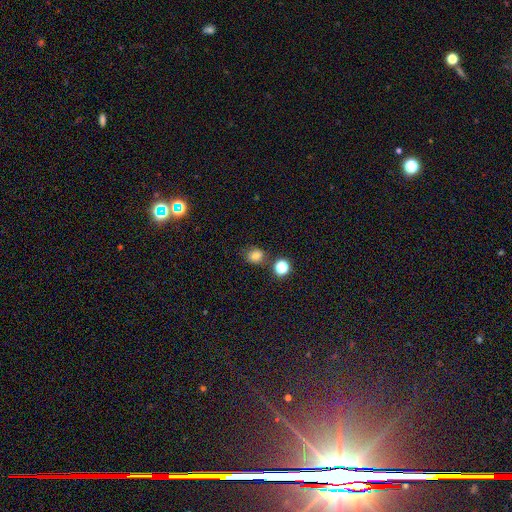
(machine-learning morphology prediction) smooth 76%, star or artifact 17%, featured or disk 7%. Down the decision tree: how rounded — round (70%); merging — none (73%).